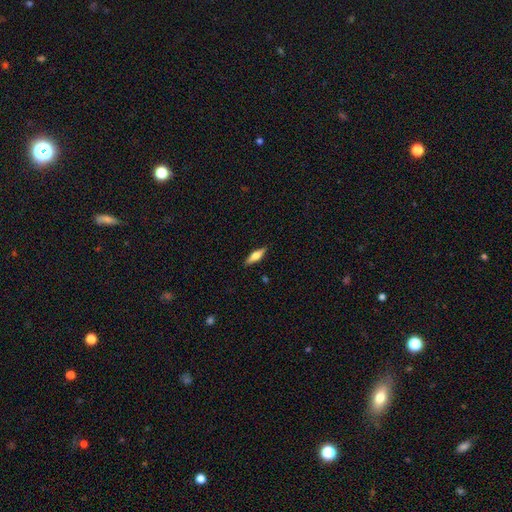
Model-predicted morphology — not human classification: This is possibly a smooth galaxy (49%). Merging: clearly none (88%).